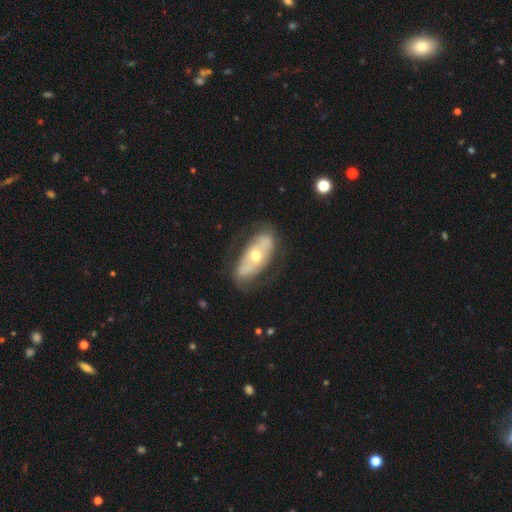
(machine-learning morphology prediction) A featured or disk galaxy (64%) with no bar (65%), no spiral arms (58%) and a moderate central bulge (66%). Merging: none (68%).